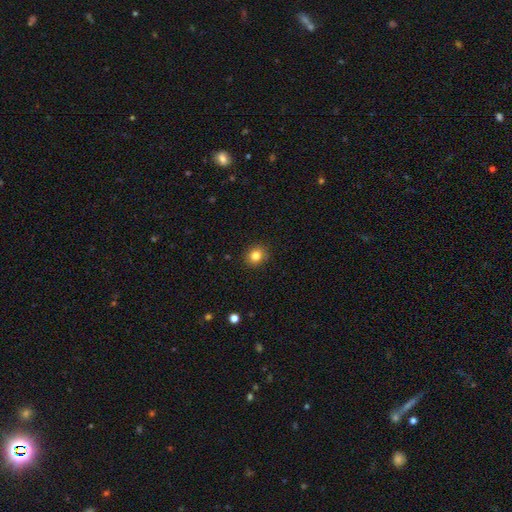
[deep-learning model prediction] Overall: smooth (83%). How rounded: round (76%). Merging: none (90%).